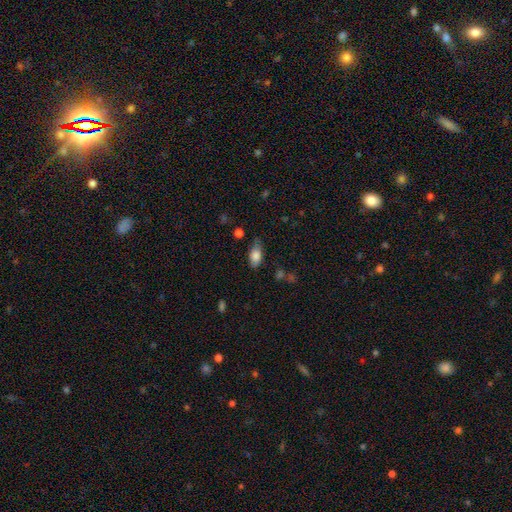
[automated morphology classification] Q: Smooth or featured?
A: smooth (82%); runner-up: featured or disk (11%)
Q: How rounded?
A: in between (89%); runner-up: cigar-shaped (6%)
Q: Merging?
A: none (67%); runner-up: minor disturbance (25%)